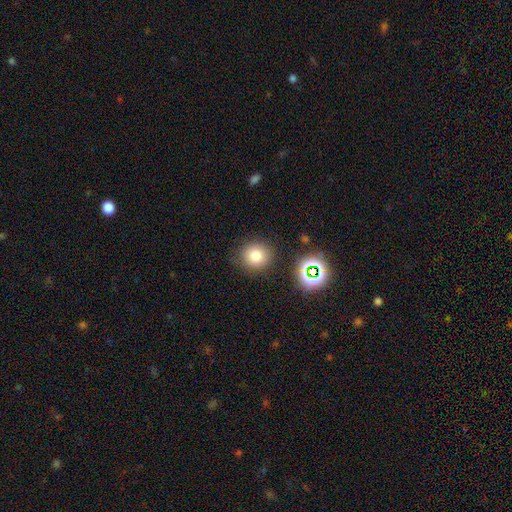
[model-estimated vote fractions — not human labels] This is likely a smooth galaxy (76%). How rounded: clearly round (89%). Merging: clearly none (83%).